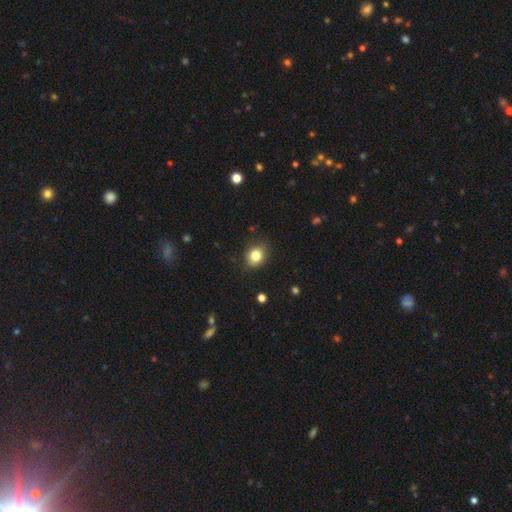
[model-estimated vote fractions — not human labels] Smooth or featured? Predicted: smooth (p=0.82). How rounded? Predicted: round (p=0.59). Merging? Predicted: none (p=0.84).